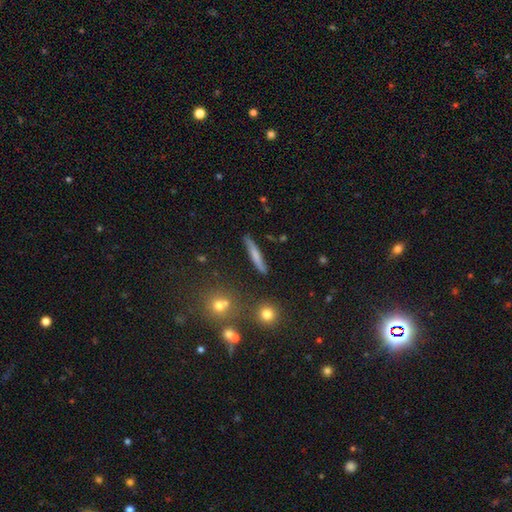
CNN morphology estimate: This appears to be a smooth galaxy with no disk features (60%) that is cigar-shaped (92%). Merging: none (84%).